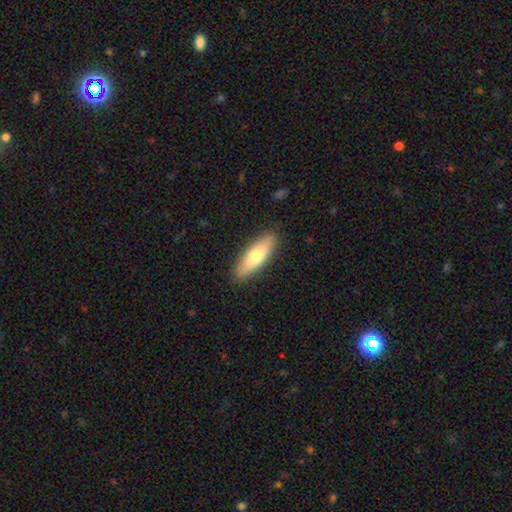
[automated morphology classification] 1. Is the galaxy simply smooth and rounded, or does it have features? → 70% smooth, 25% featured or disk, 6% star or artifact.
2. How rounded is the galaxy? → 54% in between, 44% cigar-shaped, 2% round.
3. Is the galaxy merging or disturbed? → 89% none, 8% minor disturbance, 2% major disturbance, 1% merger.